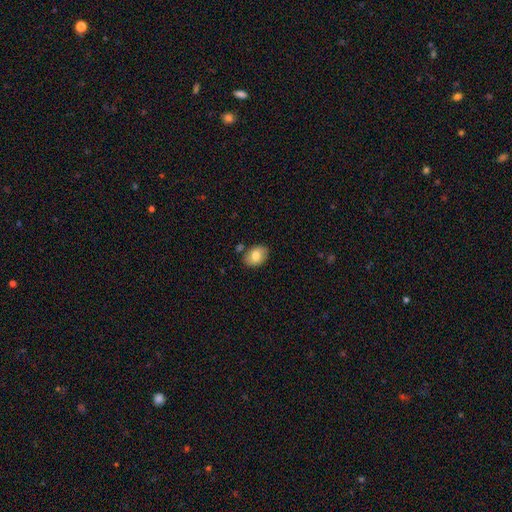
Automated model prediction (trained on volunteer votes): The model was most divided on "how rounded": in between: 79%, round: 20%, cigar-shaped: 1%. More confident: merging — none (80%); smooth or featured — smooth (78%).